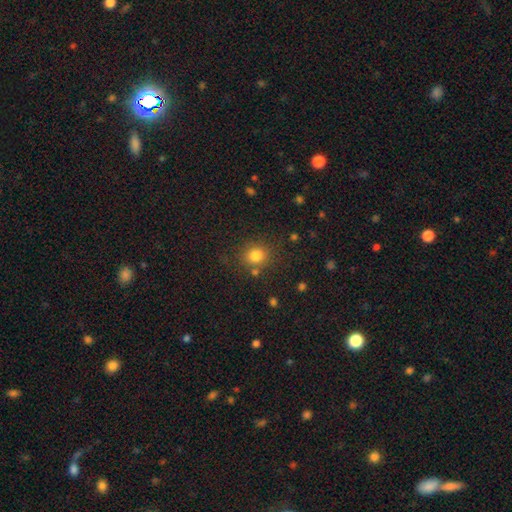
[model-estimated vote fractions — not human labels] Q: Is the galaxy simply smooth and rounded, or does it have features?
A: smooth — 79%.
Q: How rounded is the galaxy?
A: round — 82%.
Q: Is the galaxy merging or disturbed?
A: none — 79%.